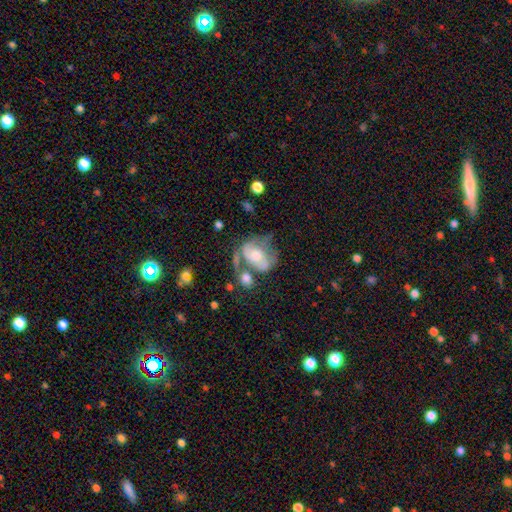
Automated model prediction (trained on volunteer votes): This is likely a featured or disk galaxy (60%). It is clearly not viewed edge-on (97%). Bar: likely no (65%). Spiral arm pattern: likely yes (64%). Central bulge: possibly moderate (49%). Merging: marginally major disturbance (31%).